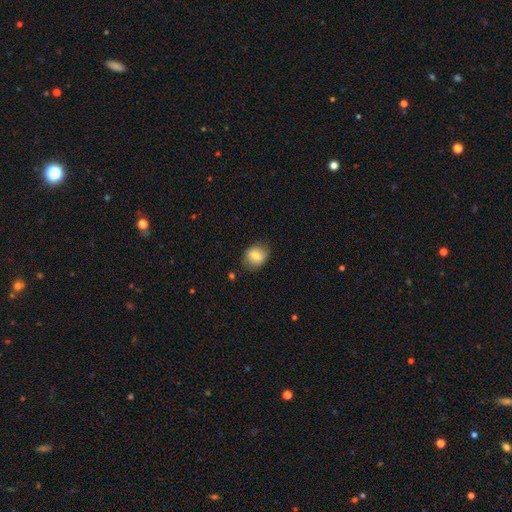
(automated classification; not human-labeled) smooth-or-featured: smooth: 72% | featured or disk: 20% | star or artifact: 9%
  how-rounded: round: 63% | in between: 36% | cigar-shaped: 1%
  merging: none: 76% | minor disturbance: 18% | major disturbance: 5% | merger: 2%